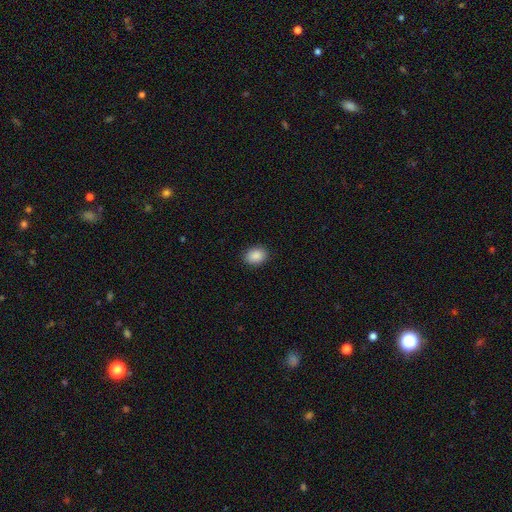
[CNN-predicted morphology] Overall: smooth (89%). How rounded: in between (66%; round 33%). Merging: none (90%).